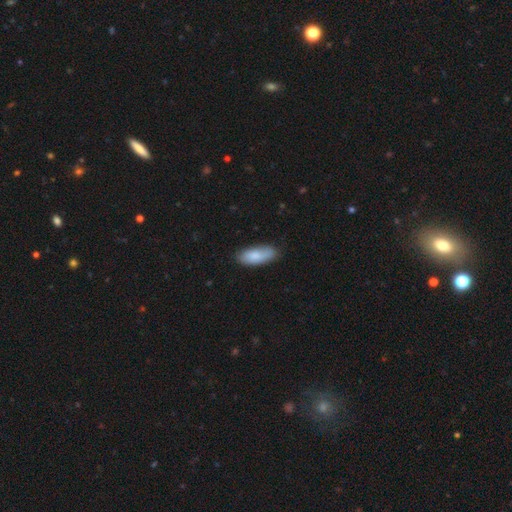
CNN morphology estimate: type=smooth (81%); roundness=in between (80%); merging=none (76%).